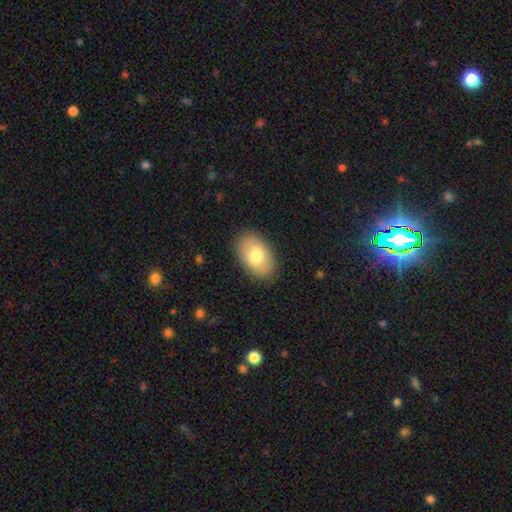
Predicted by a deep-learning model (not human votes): smooth-or-featured: smooth: 75% | featured or disk: 18% | star or artifact: 7%
  how-rounded: in between: 91% | round: 8% | cigar-shaped: 1%
  merging: none: 86% | minor disturbance: 10% | major disturbance: 3% | merger: 1%